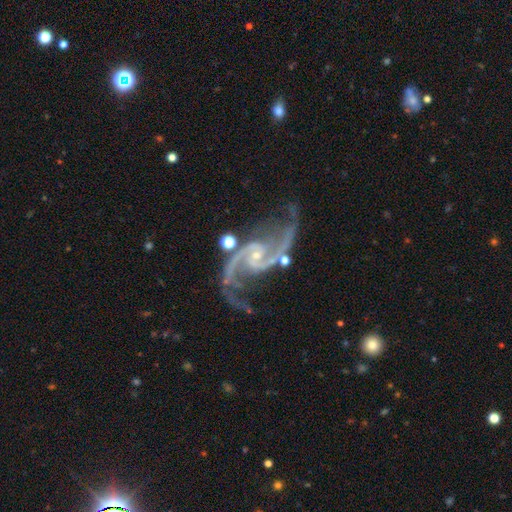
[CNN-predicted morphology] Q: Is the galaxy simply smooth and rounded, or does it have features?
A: featured or disk — 93%.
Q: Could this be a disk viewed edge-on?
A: no — 98%.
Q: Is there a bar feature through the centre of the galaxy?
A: no — 55%.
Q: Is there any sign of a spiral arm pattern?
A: yes — 98%.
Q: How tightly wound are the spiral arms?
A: medium — 48%.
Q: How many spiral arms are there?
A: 2 — 90%.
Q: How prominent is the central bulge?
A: small — 81%.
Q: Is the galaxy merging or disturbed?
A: none — 60%.